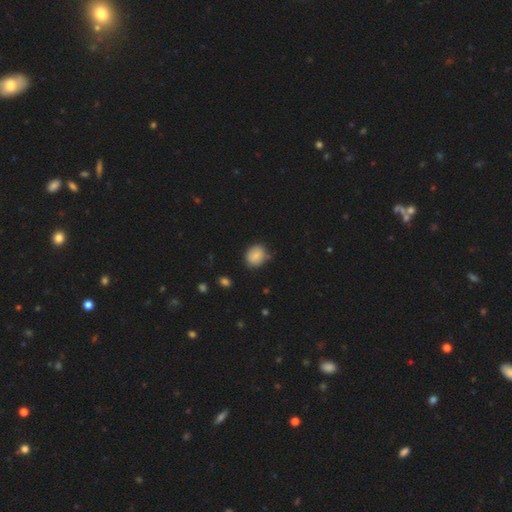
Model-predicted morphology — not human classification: Smooth or featured: smooth — 82% (featured or disk — 9%)
How rounded: round — 58% (in between — 41%)
Merging: none — 76% (minor disturbance — 18%)